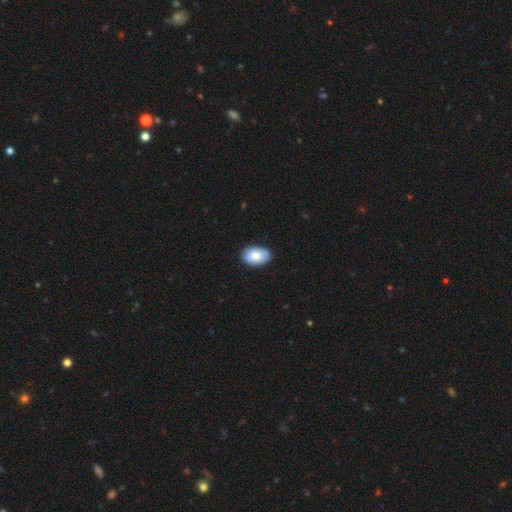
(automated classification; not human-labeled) Q: Smooth or featured?
A: smooth (84%); runner-up: featured or disk (10%)
Q: How rounded?
A: in between (91%); runner-up: round (7%)
Q: Merging?
A: none (89%); runner-up: minor disturbance (8%)